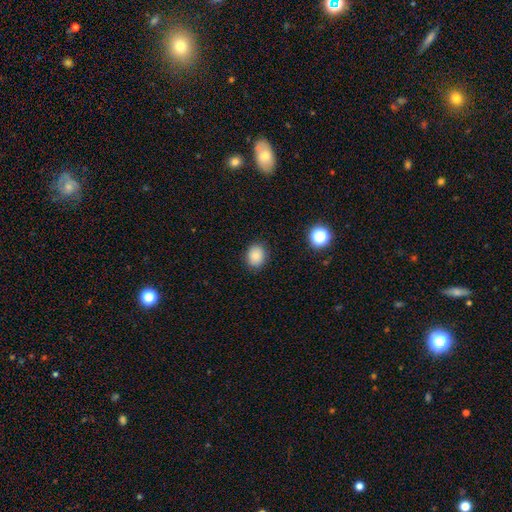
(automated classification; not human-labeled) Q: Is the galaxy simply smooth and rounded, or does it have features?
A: smooth — 85%.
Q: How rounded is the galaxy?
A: round — 55%.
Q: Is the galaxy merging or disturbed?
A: none — 88%.